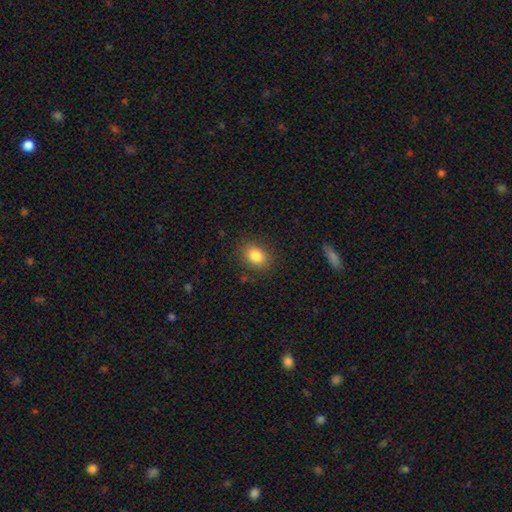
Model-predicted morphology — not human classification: This is clearly a smooth galaxy (83%). How rounded: likely in between (62%). Merging: clearly none (84%).